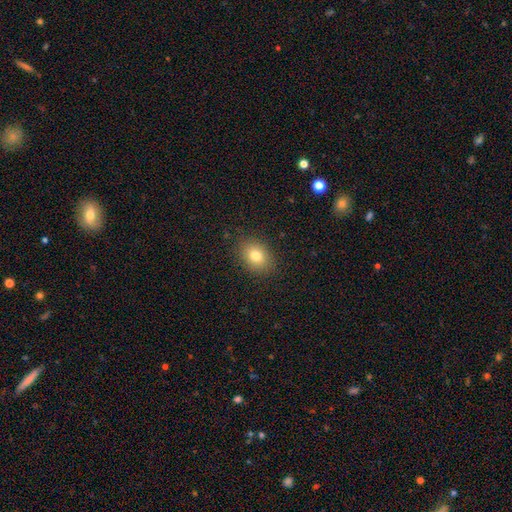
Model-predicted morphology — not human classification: smooth-or-featured: smooth: 79% | star or artifact: 11% | featured or disk: 10%
  how-rounded: in between: 63% | round: 36% | cigar-shaped: 1%
  merging: none: 87% | minor disturbance: 9% | major disturbance: 3% | merger: 1%